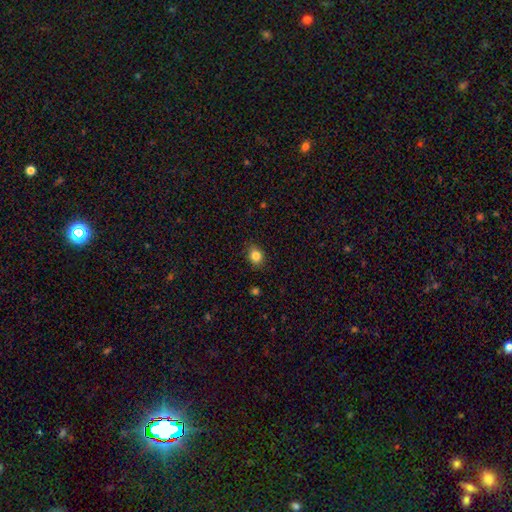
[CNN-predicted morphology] Smooth or featured: smooth — 84% (star or artifact — 11%)
How rounded: round — 58% (in between — 41%)
Merging: none — 84% (minor disturbance — 12%)